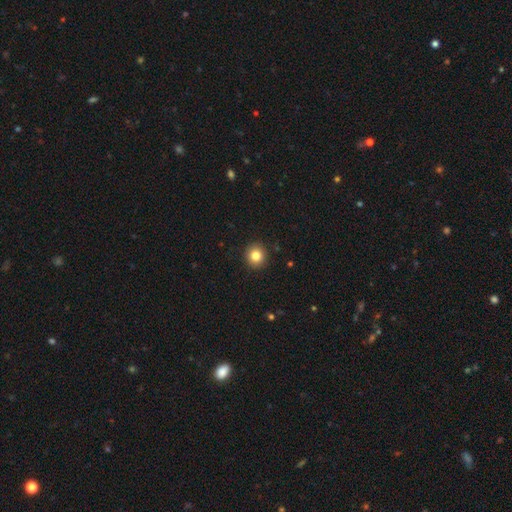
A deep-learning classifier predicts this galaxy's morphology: A smooth galaxy with no disk features (82%) that is round (91%). Merging: none (92%).